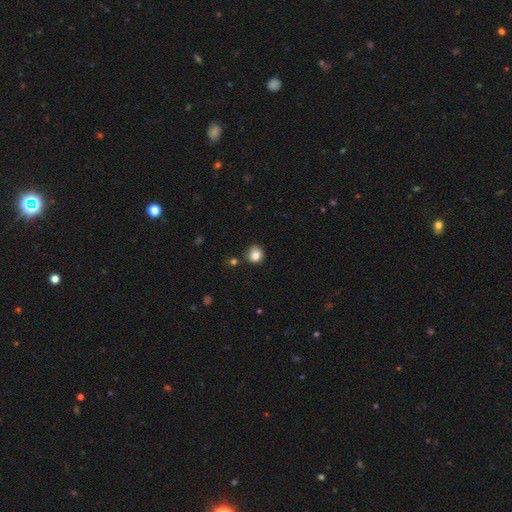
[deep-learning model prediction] Smooth or featured: smooth — 83% (star or artifact — 11%)
How rounded: round — 86% (in between — 13%)
Merging: none — 81% (minor disturbance — 13%)